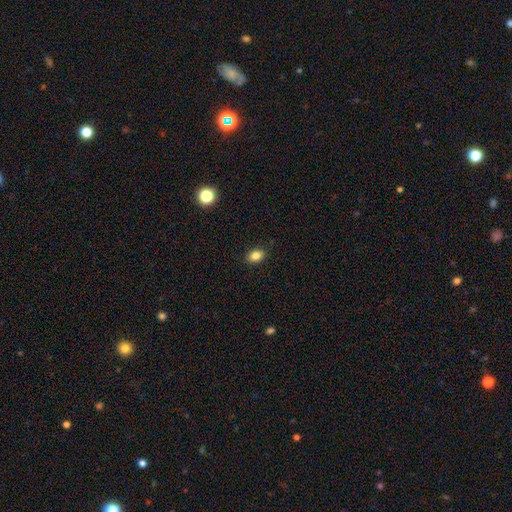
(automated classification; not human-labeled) The model was most divided on "how rounded": in between: 80%, round: 18%, cigar-shaped: 1%. More confident: merging — none (89%); smooth or featured — smooth (84%).